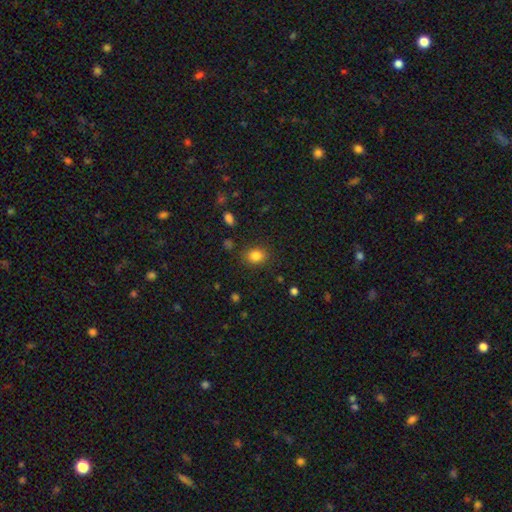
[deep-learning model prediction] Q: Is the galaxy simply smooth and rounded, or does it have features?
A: smooth — 83%.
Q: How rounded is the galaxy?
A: round — 51%.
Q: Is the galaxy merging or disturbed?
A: none — 85%.